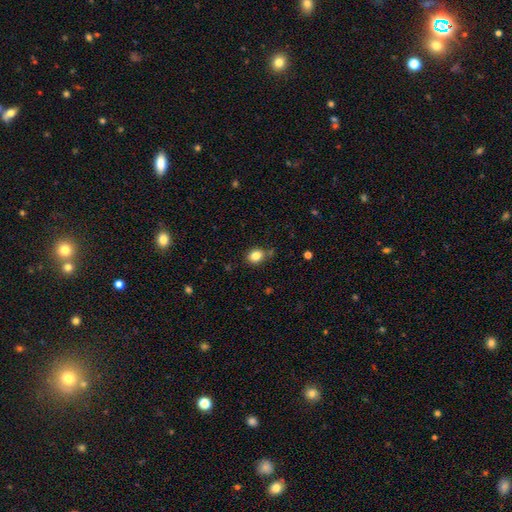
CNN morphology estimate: This is clearly a smooth galaxy (83%). How rounded: likely round (64%). Merging: likely none (75%).